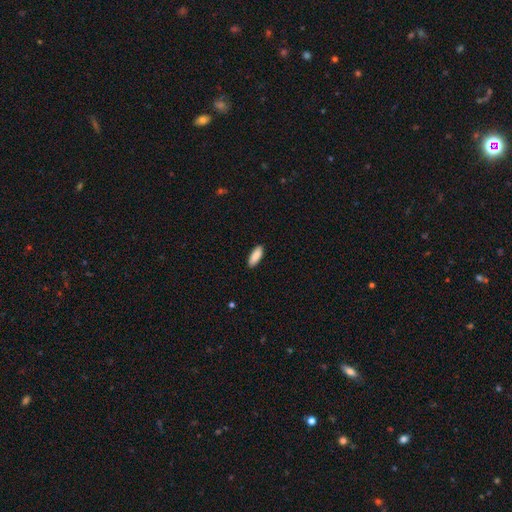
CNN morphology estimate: smooth_or_featured: smooth (p=0.90) [alt: star or artifact p=0.06]
how_rounded: in between (p=0.68) [alt: cigar-shaped p=0.31]
merging: none (p=0.90) [alt: minor disturbance p=0.08]